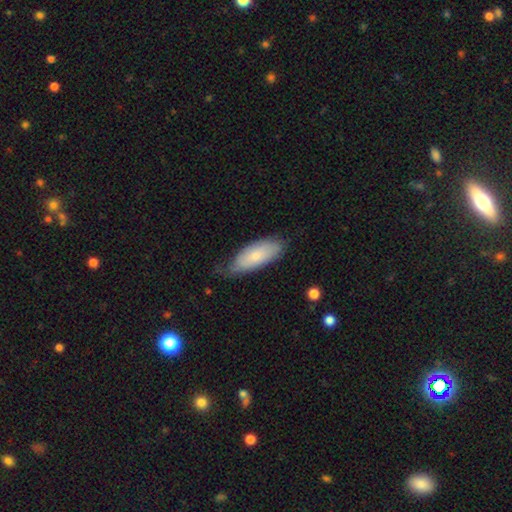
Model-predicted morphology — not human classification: The model was most divided on "merging": none: 56%, minor disturbance: 34%, major disturbance: 8%, merger: 2%. More confident: how rounded — in between (81%); smooth or featured — smooth (71%).